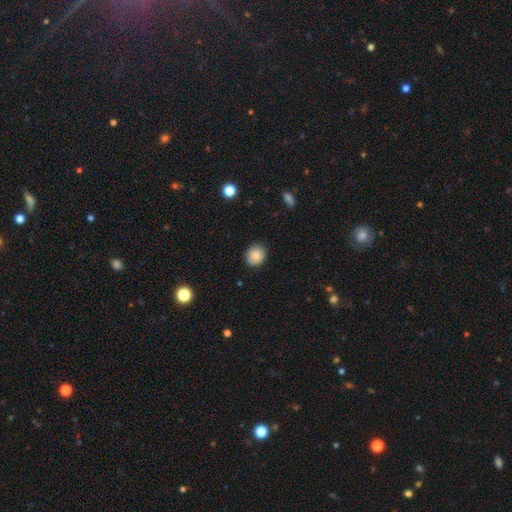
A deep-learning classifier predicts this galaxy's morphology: A smooth galaxy with no disk features (86%) that is round (76%). Merging: none (88%).